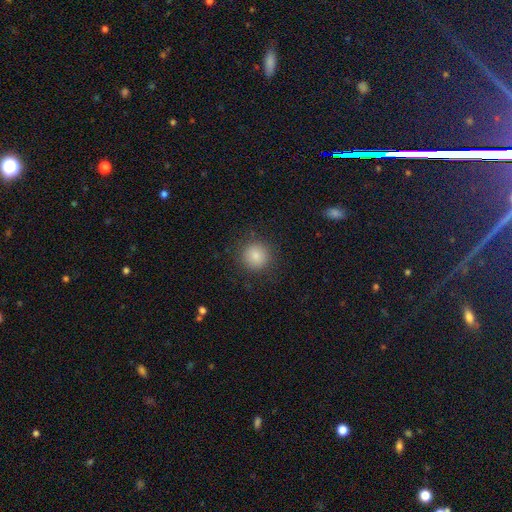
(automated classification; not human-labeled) A smooth galaxy with no disk features (85%) that is round (93%). Merging: none (88%).